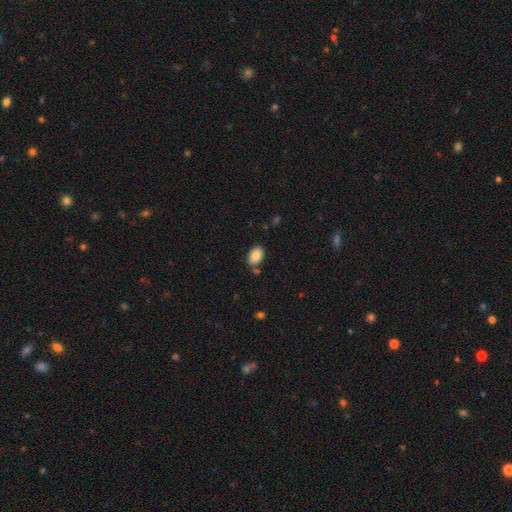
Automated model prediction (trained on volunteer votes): Overall: smooth (86%). How rounded: in between (87%). Merging: none (77%).